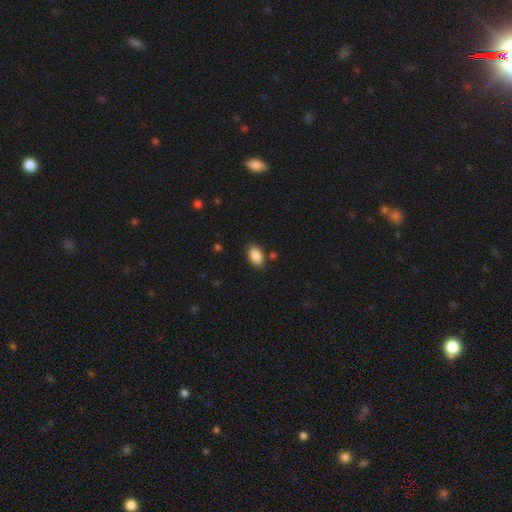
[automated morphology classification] Q: Smooth or featured?
A: smooth (88%); runner-up: star or artifact (8%)
Q: How rounded?
A: in between (89%); runner-up: round (10%)
Q: Merging?
A: none (84%); runner-up: minor disturbance (11%)